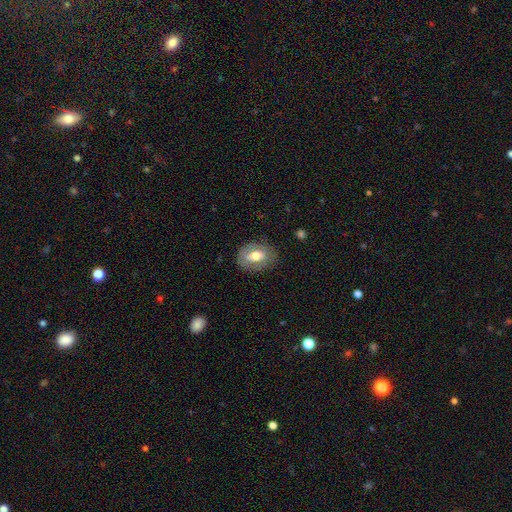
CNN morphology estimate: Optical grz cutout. It shows a smooth galaxy with no disk features (48%). Merging: none (76%).